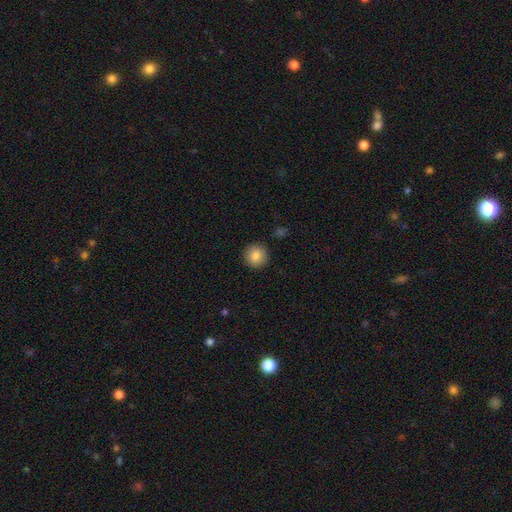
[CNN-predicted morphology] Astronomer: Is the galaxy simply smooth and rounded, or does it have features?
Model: smooth — 86%.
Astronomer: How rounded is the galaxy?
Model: round — 95%.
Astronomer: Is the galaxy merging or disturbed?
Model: none — 92%.